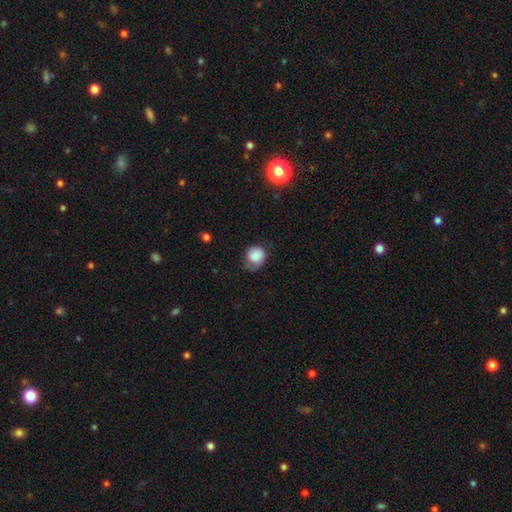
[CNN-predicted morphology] This appears to be a smooth galaxy with no disk features (81%) that is round (79%). Merging: none (48%).